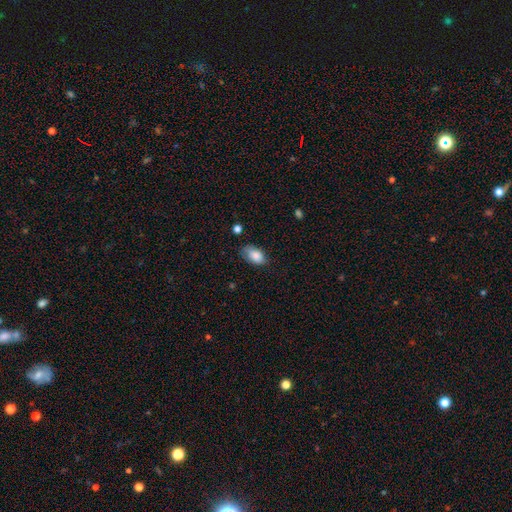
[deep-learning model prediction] A smooth galaxy with no disk features (84%) that is in between round and cigar-shaped (92%).

Vote fractions:
- Smooth or featured? smooth: 84% / featured or disk: 9% / star or artifact: 7%
- How rounded? in between: 92% / round: 6% / cigar-shaped: 2%
- Merging? none: 65% / minor disturbance: 27% / major disturbance: 6% / merger: 2%